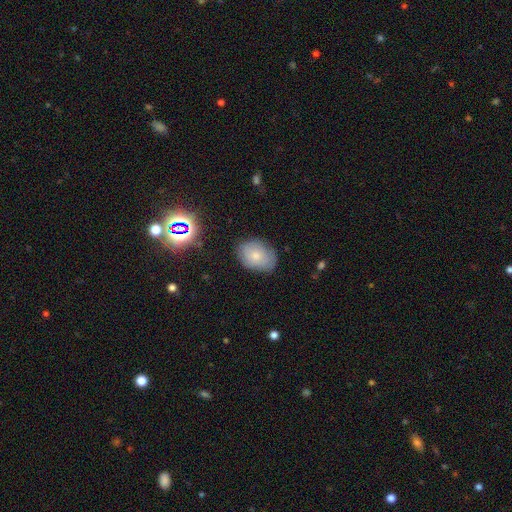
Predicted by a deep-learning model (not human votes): Q: Smooth or featured?
A: smooth (71%); runner-up: featured or disk (19%)
Q: How rounded?
A: in between (73%); runner-up: round (26%)
Q: Merging?
A: none (76%); runner-up: minor disturbance (19%)